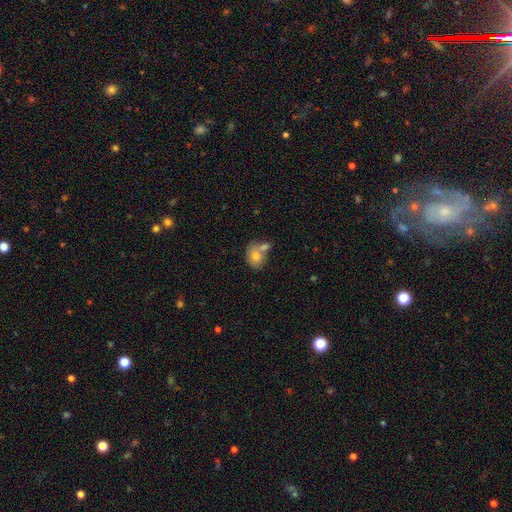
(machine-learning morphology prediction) Smooth or featured? Predicted: smooth (p=0.77). How rounded? Predicted: in between (p=0.64). Merging? Predicted: merger (p=0.44).